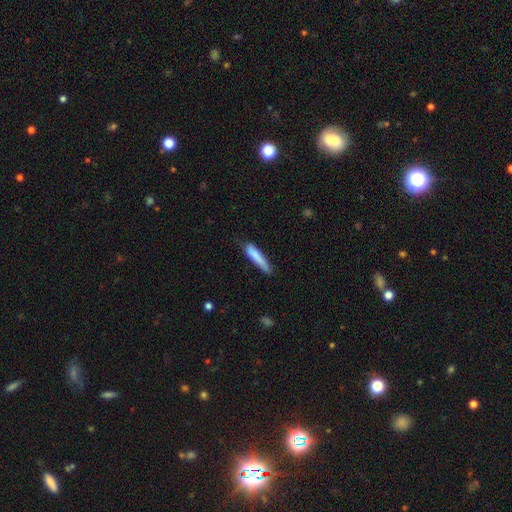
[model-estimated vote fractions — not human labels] A smooth galaxy with no disk features (78%) that is cigar-shaped (88%).

Vote fractions:
- Smooth or featured? smooth: 78% / featured or disk: 16% / star or artifact: 6%
- How rounded? cigar-shaped: 88% / in between: 10% / round: 1%
- Merging? none: 64% / minor disturbance: 28% / major disturbance: 6% / merger: 2%